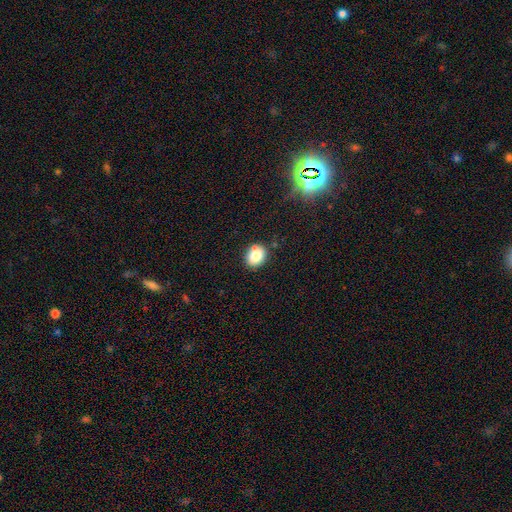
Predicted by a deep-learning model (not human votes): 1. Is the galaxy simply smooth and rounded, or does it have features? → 80% smooth, 10% star or artifact, 10% featured or disk.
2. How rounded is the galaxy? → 54% round, 45% in between, 1% cigar-shaped.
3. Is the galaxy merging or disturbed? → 77% none, 13% minor disturbance, 7% merger, 3% major disturbance.